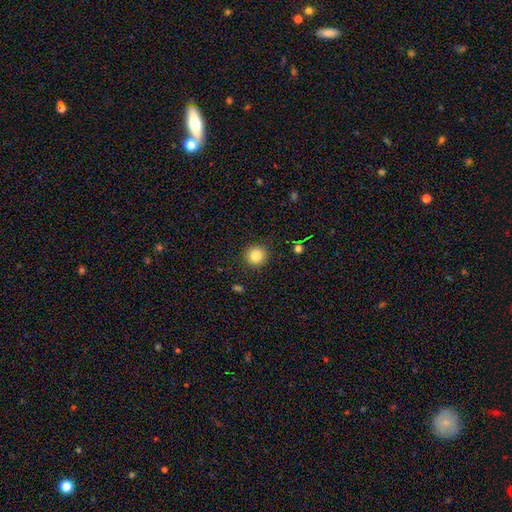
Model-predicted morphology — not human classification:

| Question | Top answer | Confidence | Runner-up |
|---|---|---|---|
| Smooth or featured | smooth | 84% | star or artifact (11%) |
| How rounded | round | 93% | in between (6%) |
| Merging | none | 90% | minor disturbance (7%) |